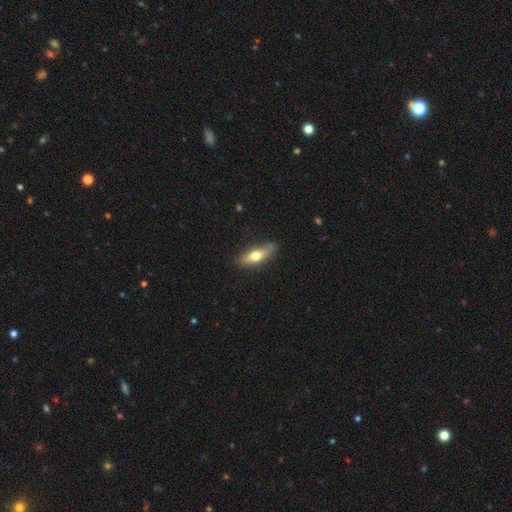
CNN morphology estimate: This is possibly a smooth galaxy (58%). How rounded: possibly cigar-shaped (52%). Merging: clearly none (81%).